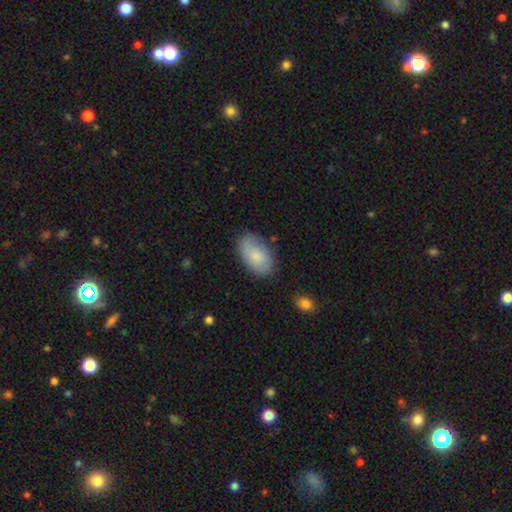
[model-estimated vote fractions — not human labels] Smooth or featured? smooth (77%)
How rounded? in between (93%)
Merging? none (78%)